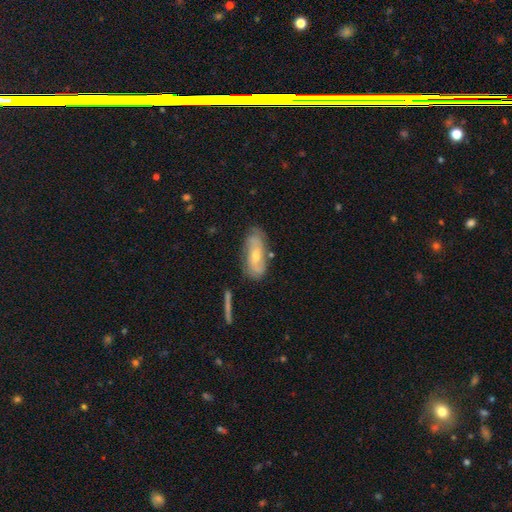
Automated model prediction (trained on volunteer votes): Overall: featured or disk (59%; smooth 34%). Edge-on disk: no (87%). Bar: no (59%; weak 32%). Spiral arms: yes (78%). Bulge size: moderate (56%; small 40%). Merging: none (71%).